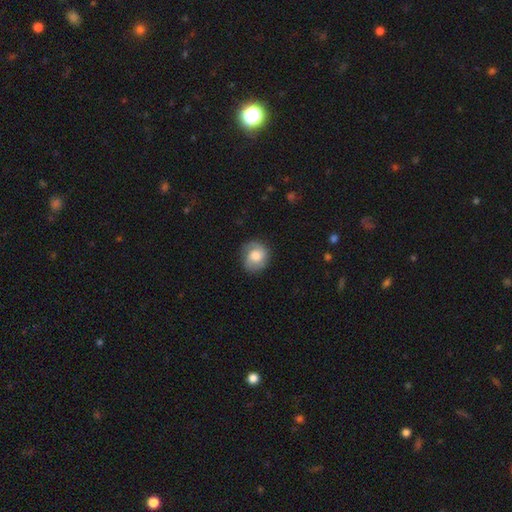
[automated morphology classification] smooth_or_featured: smooth (p=0.55) [alt: featured or disk p=0.38]
how_rounded: round (p=0.74) [alt: in between p=0.25]
merging: none (p=0.74) [alt: minor disturbance p=0.18]